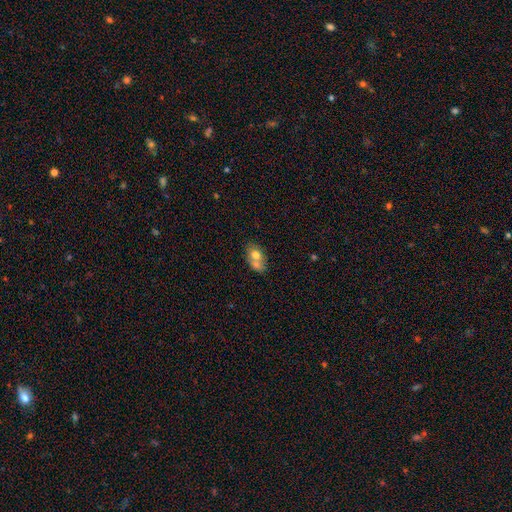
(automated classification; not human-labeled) smooth-or-featured: smooth: 67% | featured or disk: 24% | star or artifact: 9%
  how-rounded: in between: 74% | round: 24% | cigar-shaped: 2%
  merging: merger: 53% | none: 32% | minor disturbance: 11% | major disturbance: 4%